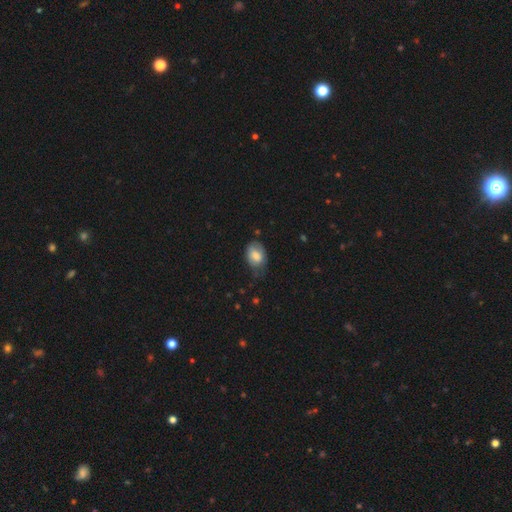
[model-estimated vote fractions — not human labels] smooth 70%, featured or disk 23%, star or artifact 7%. Down the decision tree: how rounded — in between (79%); merging — none (53%).